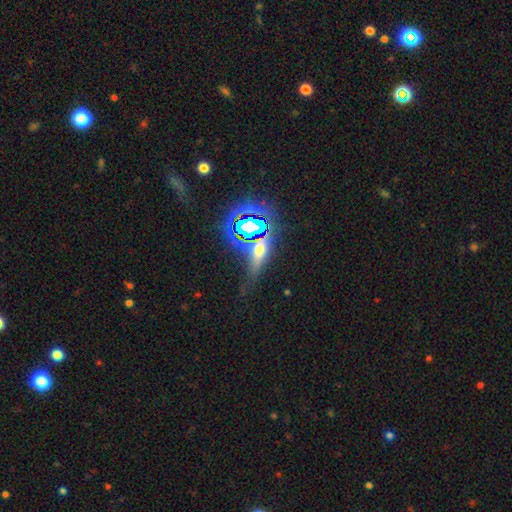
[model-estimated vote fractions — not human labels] smooth_or_featured: star or artifact (p=0.41) [alt: smooth p=0.35]